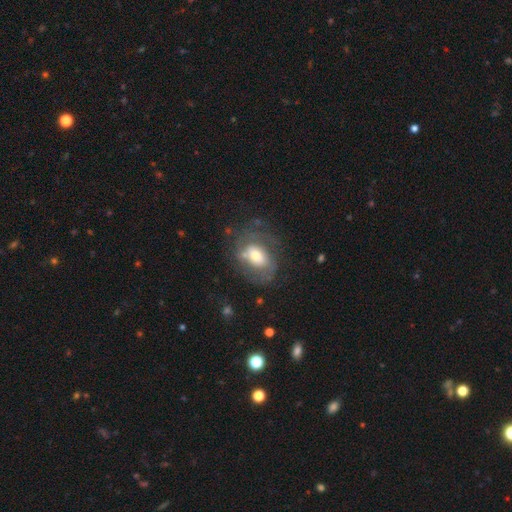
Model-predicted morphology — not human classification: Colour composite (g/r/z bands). It shows a featured or disk galaxy (52%). Merging: none (56%).